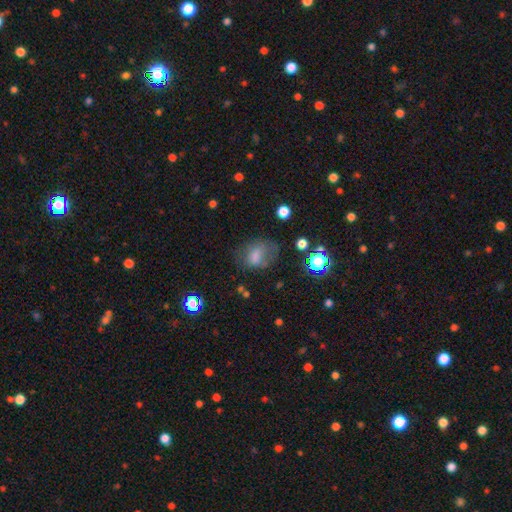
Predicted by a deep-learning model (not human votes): A smooth galaxy with no disk features (67%) that is in between round and cigar-shaped (66%).

Vote fractions:
- Smooth or featured? smooth: 67% / featured or disk: 18% / star or artifact: 15%
- How rounded? in between: 66% / round: 32% / cigar-shaped: 2%
- Merging? none: 44% / major disturbance: 27% / minor disturbance: 26% / merger: 4%